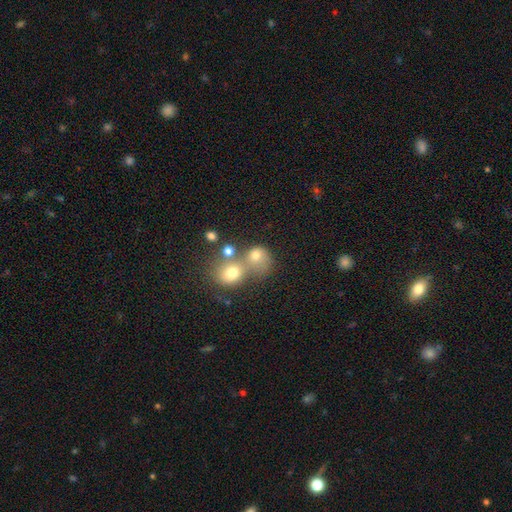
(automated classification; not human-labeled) Q: Smooth or featured?
A: smooth (69%); runner-up: featured or disk (16%)
Q: How rounded?
A: round (73%); runner-up: in between (26%)
Q: Merging?
A: merger (54%); runner-up: none (30%)